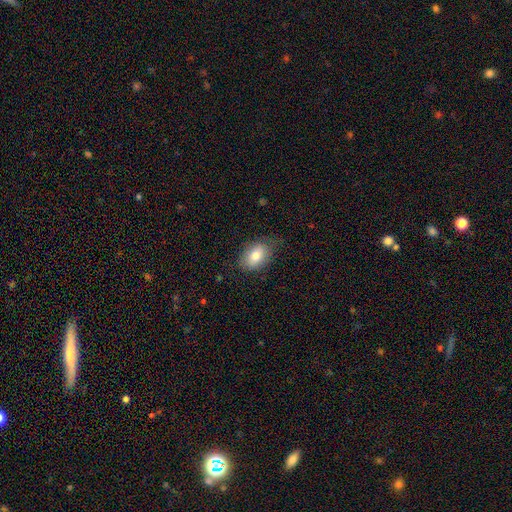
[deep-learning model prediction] Overall: smooth (79%). How rounded: in between (84%). Merging: none (70%).